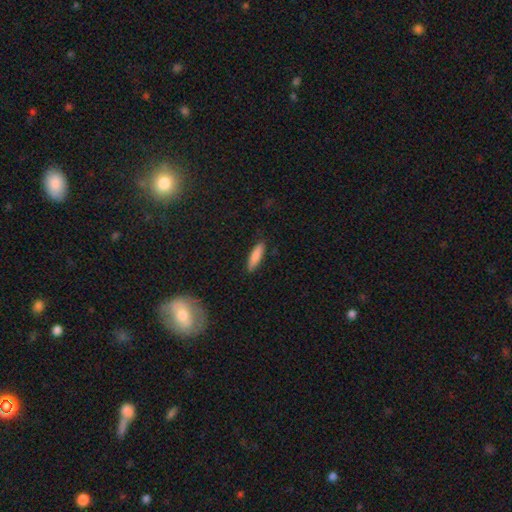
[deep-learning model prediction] Smooth or featured: smooth — 85% (featured or disk — 9%)
How rounded: cigar-shaped — 66% (in between — 33%)
Merging: none — 88% (minor disturbance — 9%)